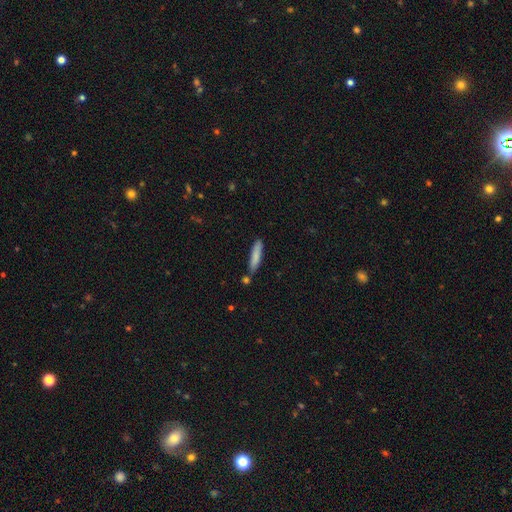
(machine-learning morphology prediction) Smooth or featured?
  - smooth: 82% *
  - featured or disk: 12%
  - star or artifact: 6%
How rounded?
  - cigar-shaped: 86% *
  - in between: 13%
  - round: 1%
Merging?
  - none: 76% *
  - minor disturbance: 14%
  - merger: 8%
  - major disturbance: 3%